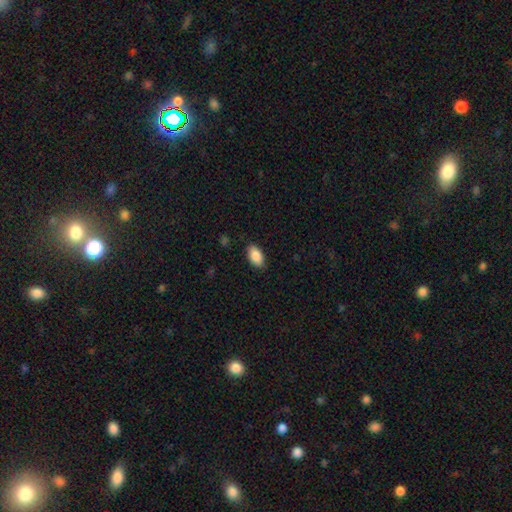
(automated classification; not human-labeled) This is clearly a smooth galaxy (88%). How rounded: clearly in between (94%). Merging: clearly none (85%).